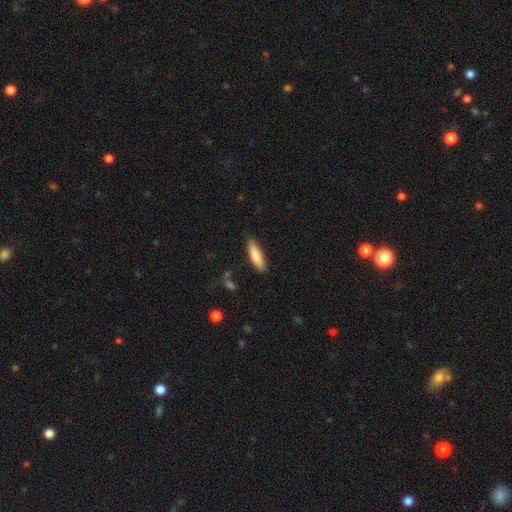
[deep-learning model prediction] smooth 85%, featured or disk 9%, star or artifact 6%. Down the decision tree: how rounded — cigar-shaped (57%); merging — none (84%).